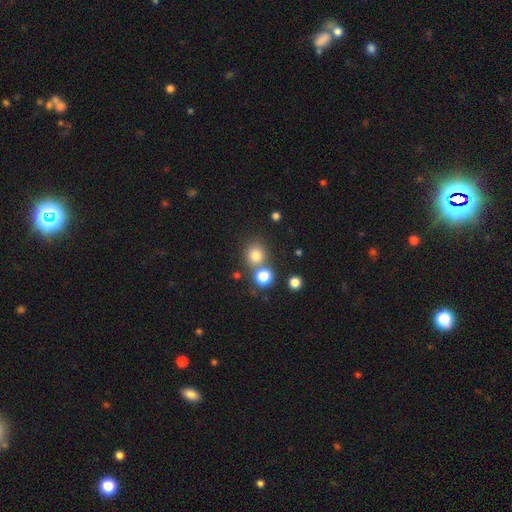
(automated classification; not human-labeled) Smooth or featured? Predicted: smooth (p=0.78). How rounded? Predicted: round (p=0.86). Merging? Predicted: none (p=0.65).